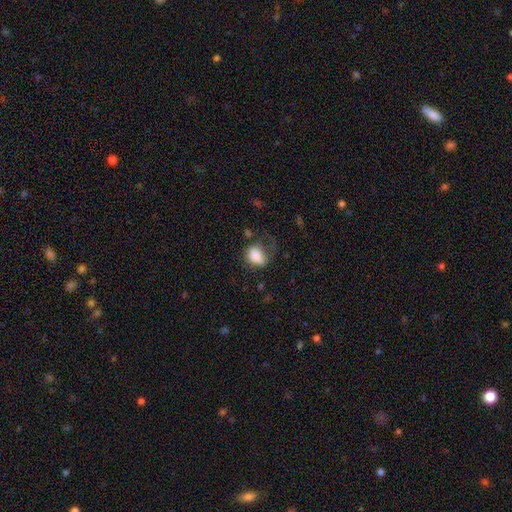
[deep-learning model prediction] Overall: smooth (81%). How rounded: in between (74%). Merging: none (36%; major disturbance 31%).